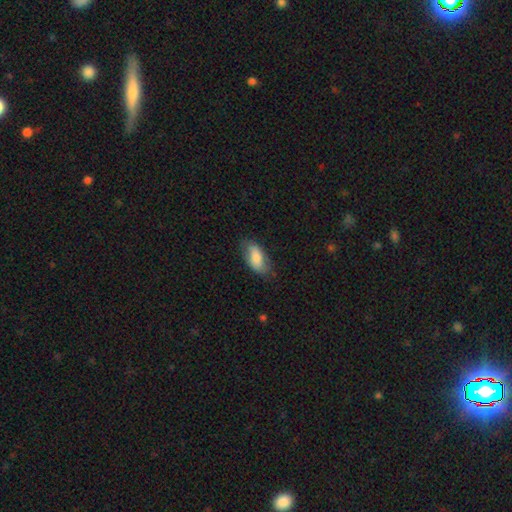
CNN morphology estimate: smooth-or-featured: smooth: 79% | featured or disk: 15% | star or artifact: 6%
  how-rounded: in between: 89% | cigar-shaped: 8% | round: 3%
  merging: none: 69% | minor disturbance: 23% | major disturbance: 7% | merger: 1%